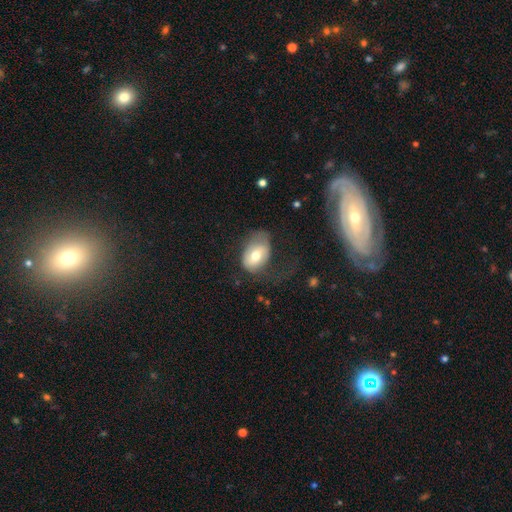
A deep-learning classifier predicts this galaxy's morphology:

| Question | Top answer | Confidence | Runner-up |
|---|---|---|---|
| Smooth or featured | smooth | 61% | featured or disk (32%) |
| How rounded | in between | 81% | round (18%) |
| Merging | major disturbance | 36% | tied: none (36%) |